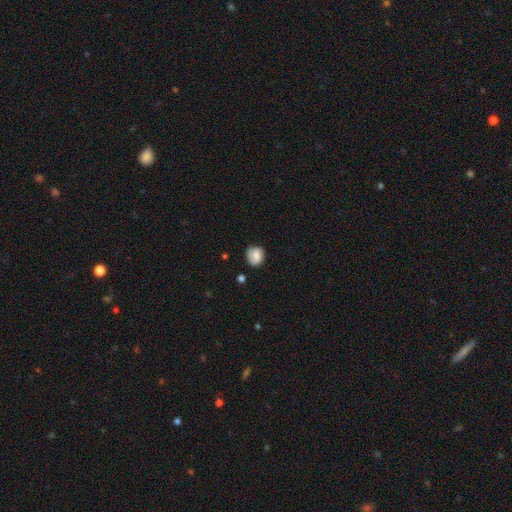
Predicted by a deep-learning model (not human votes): smooth-or-featured: smooth: 71% | featured or disk: 21% | star or artifact: 8%
  how-rounded: round: 71% | in between: 28% | cigar-shaped: 1%
  merging: none: 68% | minor disturbance: 23% | major disturbance: 6% | merger: 3%